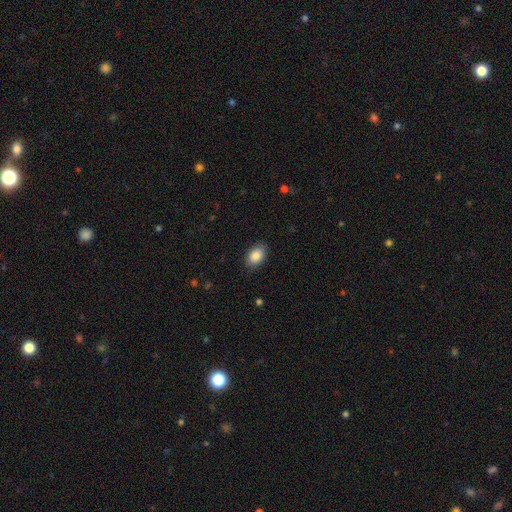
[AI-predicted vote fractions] A smooth galaxy with no disk features (87%) that is in between round and cigar-shaped (88%). Merging: none (86%).